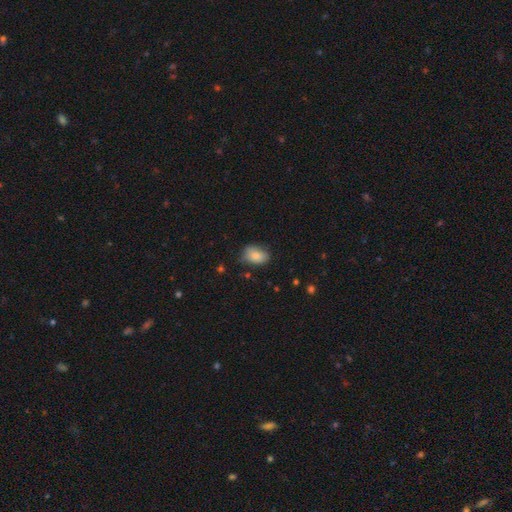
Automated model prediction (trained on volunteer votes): A smooth galaxy with no disk features (84%) that is in between round and cigar-shaped (80%).

Vote fractions:
- Smooth or featured? smooth: 84% / featured or disk: 8% / star or artifact: 8%
- How rounded? in between: 80% / round: 19% / cigar-shaped: 1%
- Merging? none: 64% / minor disturbance: 28% / major disturbance: 6% / merger: 2%